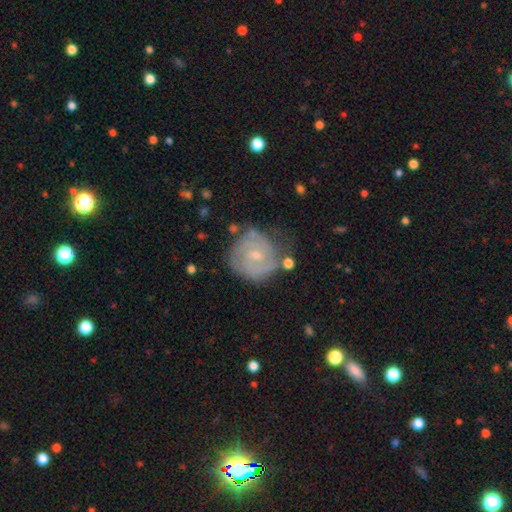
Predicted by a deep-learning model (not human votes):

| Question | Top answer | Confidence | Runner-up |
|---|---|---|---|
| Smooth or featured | featured or disk | 79% | smooth (14%) |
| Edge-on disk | no | 98% | yes (2%) |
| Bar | no | 61% | weak (33%) |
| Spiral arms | yes | 93% | no (7%) |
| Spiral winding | tight | 67% | medium (27%) |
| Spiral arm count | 2 | 50% | can't tell (23%) |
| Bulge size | small | 67% | moderate (29%) |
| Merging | none | 70% | minor disturbance (20%) |